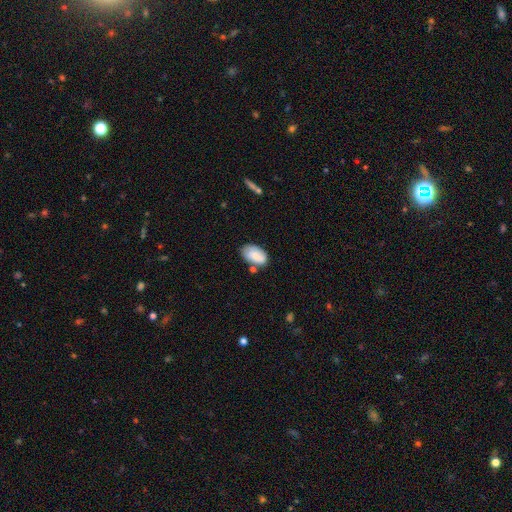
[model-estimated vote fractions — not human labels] A smooth galaxy with no disk features (83%) that is in between round and cigar-shaped (94%). Merging: none (62%).